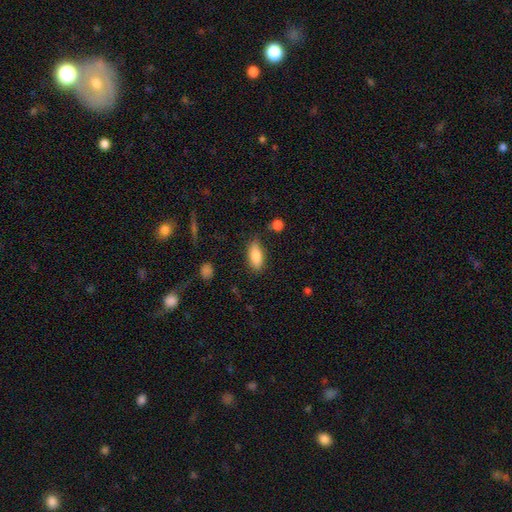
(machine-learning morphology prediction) smooth-or-featured: smooth: 83% | featured or disk: 10% | star or artifact: 7%
  how-rounded: in between: 83% | cigar-shaped: 14% | round: 3%
  merging: none: 78% | minor disturbance: 16% | major disturbance: 4% | merger: 2%